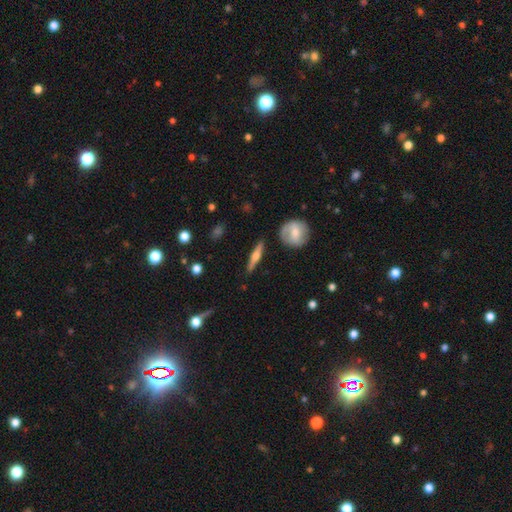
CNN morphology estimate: type=featured or disk (64%); edge-on=yes (95%); edge-on bulge=rounded (88%); merging=none (87%).